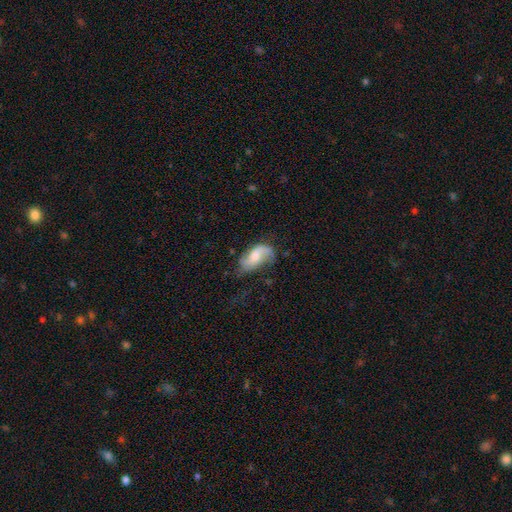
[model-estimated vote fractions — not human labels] The model was most divided on "merging": none: 48%, minor disturbance: 28%, major disturbance: 21%, merger: 3%. Remaining: edge-on disk — no (95%); spiral arms — yes (88%); bar — no (58%); smooth or featured — featured or disk (57%); bulge size — moderate (47%).